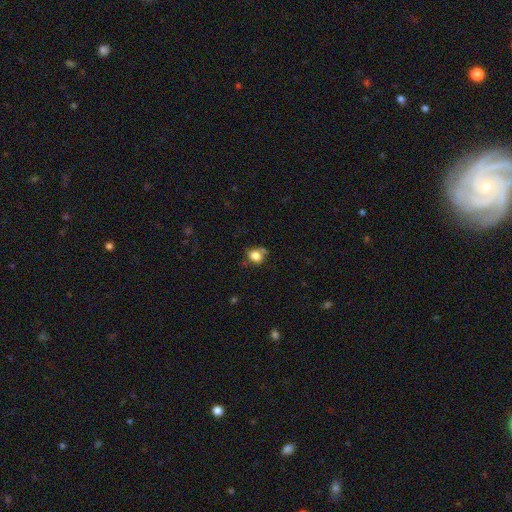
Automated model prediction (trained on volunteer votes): Overall: smooth (80%). How rounded: round (58%; in between 41%). Merging: none (54%; minor disturbance 26%).